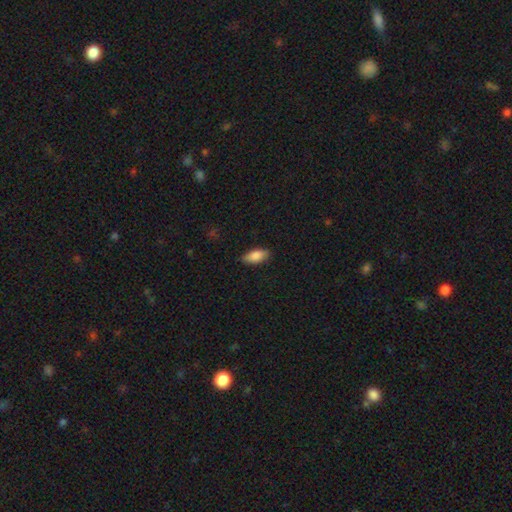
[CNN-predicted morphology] This appears to be a smooth galaxy with no disk features (84%) that is in between round and cigar-shaped (85%). Merging: none (85%).